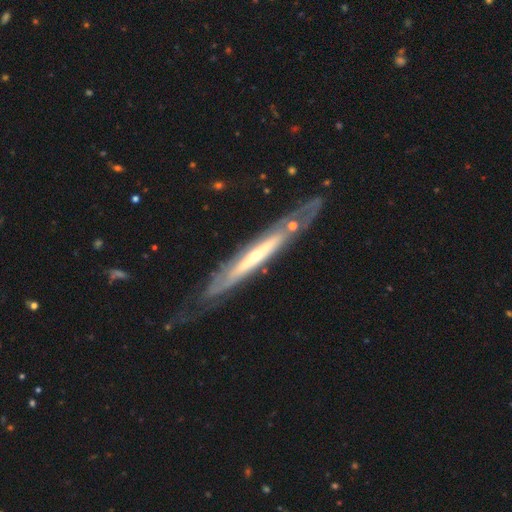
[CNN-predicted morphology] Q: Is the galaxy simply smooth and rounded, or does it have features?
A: featured or disk — 78%.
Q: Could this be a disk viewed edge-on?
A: yes — 60%.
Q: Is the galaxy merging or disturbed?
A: none — 68%.